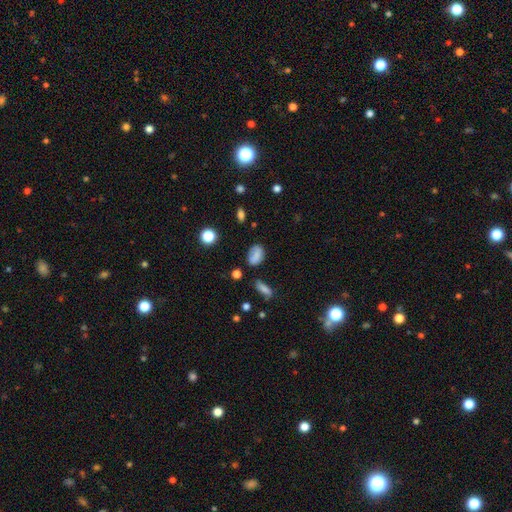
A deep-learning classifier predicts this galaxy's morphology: Q: Smooth or featured?
A: smooth (77%); runner-up: star or artifact (12%)
Q: How rounded?
A: in between (85%); runner-up: round (12%)
Q: Merging?
A: none (65%); runner-up: minor disturbance (23%)